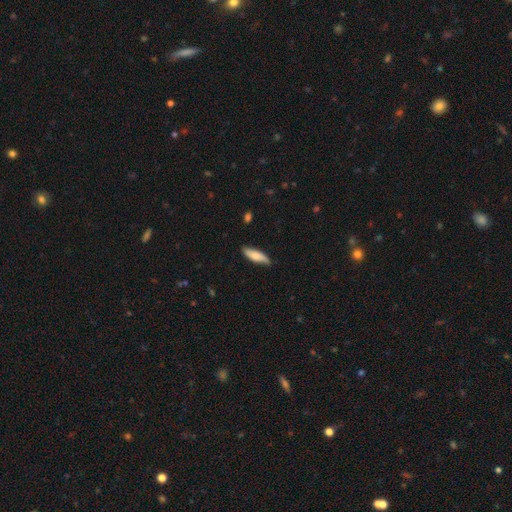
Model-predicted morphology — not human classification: Smooth or featured?
  - smooth: 71% *
  - featured or disk: 23%
  - star or artifact: 6%
How rounded?
  - cigar-shaped: 53% *
  - in between: 45%
  - round: 2%
Merging?
  - none: 79% *
  - minor disturbance: 17%
  - major disturbance: 3%
  - merger: 1%